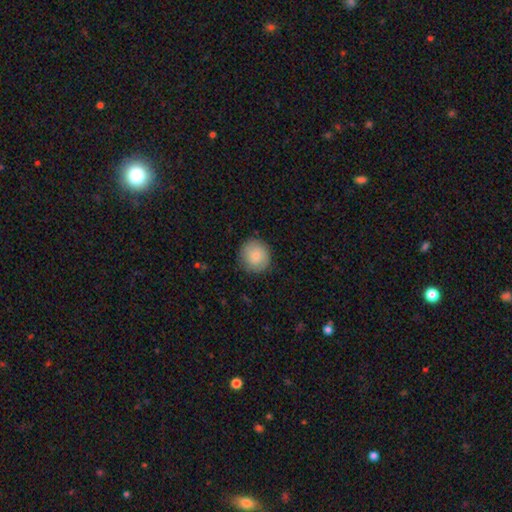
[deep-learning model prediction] Q: Smooth or featured?
A: smooth (84%); runner-up: featured or disk (9%)
Q: How rounded?
A: round (91%); runner-up: in between (8%)
Q: Merging?
A: none (86%); runner-up: minor disturbance (10%)